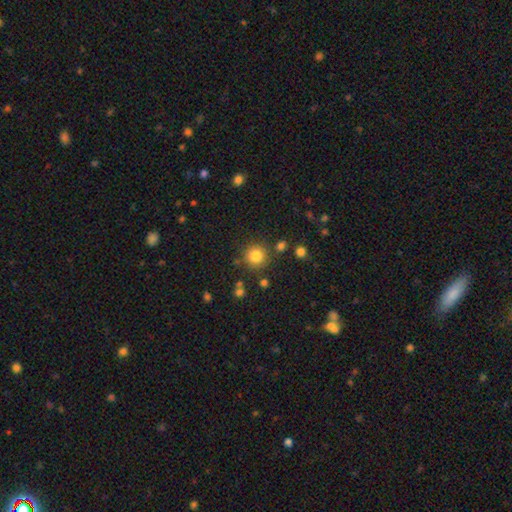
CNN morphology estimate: Smooth or featured? smooth (82%)
How rounded? round (94%)
Merging? none (84%)